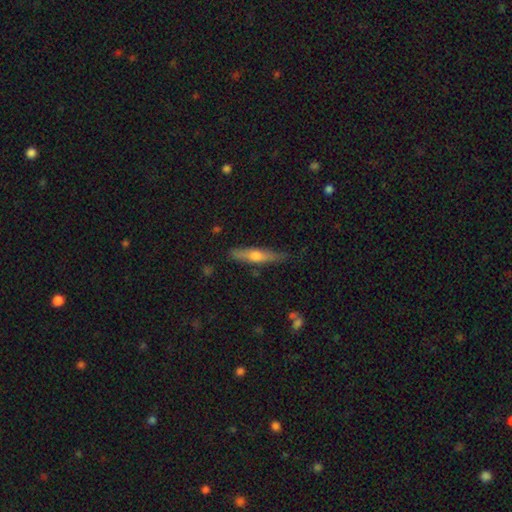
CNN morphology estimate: This appears to be a featured or disk galaxy (50%) viewed edge-on (92%). Merging: none (82%).